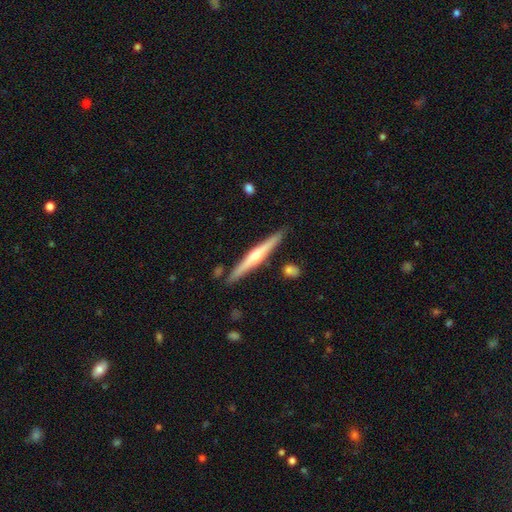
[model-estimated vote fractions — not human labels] Smooth or featured?
  - featured or disk: 69% *
  - smooth: 26%
  - star or artifact: 5%
Edge-on disk?
  - yes: 98% *
  - no: 2%
Edge-on bulge?
  - rounded: 87% *
  - none: 9%
  - boxy: 4%
Merging?
  - none: 88% *
  - minor disturbance: 8%
  - merger: 3%
  - major disturbance: 1%